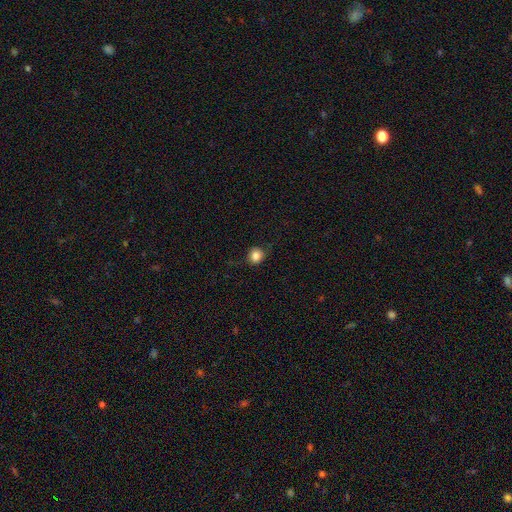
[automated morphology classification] A smooth galaxy with no disk features (84%) that is round (86%).

Vote fractions:
- Smooth or featured? smooth: 84% / star or artifact: 10% / featured or disk: 6%
- How rounded? round: 86% / in between: 13% / cigar-shaped: 1%
- Merging? none: 80% / minor disturbance: 15% / major disturbance: 4% / merger: 1%